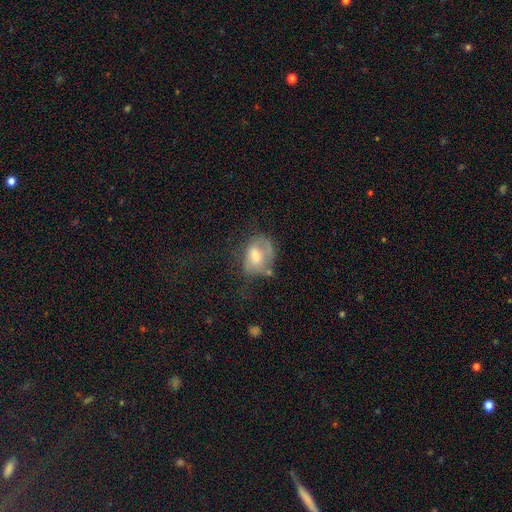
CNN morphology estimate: smooth-or-featured: smooth: 52% | featured or disk: 39% | star or artifact: 9%
  how-rounded: in between: 65% | round: 34% | cigar-shaped: 1%
  merging: none: 38% | minor disturbance: 29% | major disturbance: 26% | merger: 7%